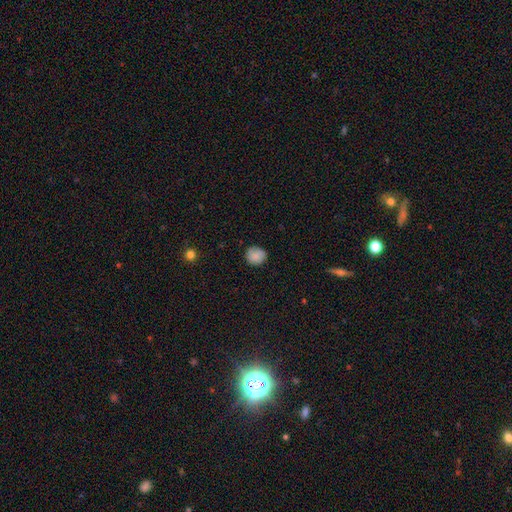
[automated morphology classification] This appears to be a smooth galaxy with no disk features (86%) that is round (85%). Merging: none (84%).